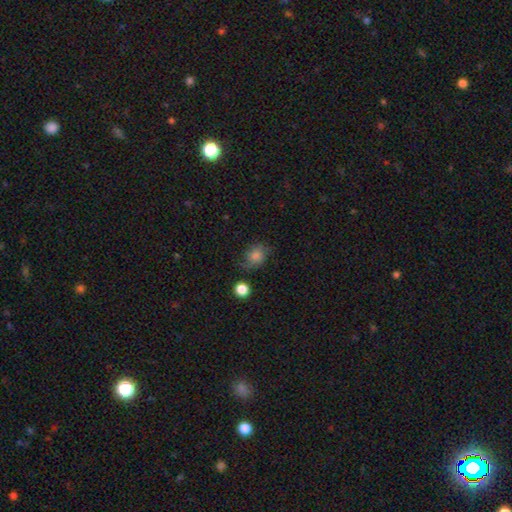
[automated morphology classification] smooth 69%, featured or disk 18%, star or artifact 13%. Down the decision tree: how rounded — round (60%); merging — none (59%).